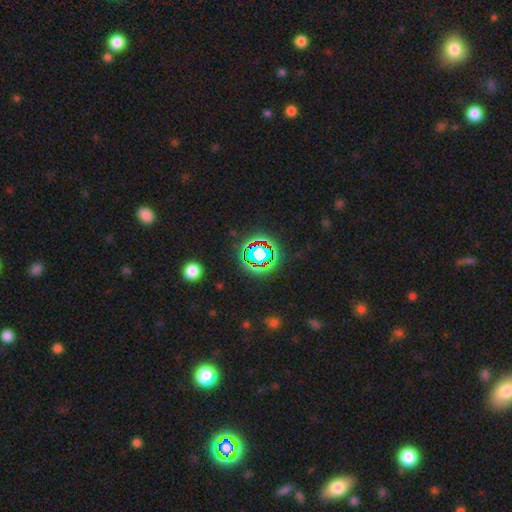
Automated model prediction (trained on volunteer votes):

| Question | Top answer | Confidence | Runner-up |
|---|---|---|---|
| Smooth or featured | star or artifact | 75% | smooth (16%) |